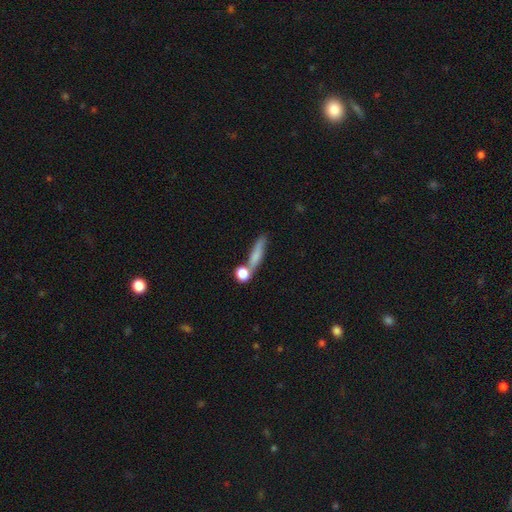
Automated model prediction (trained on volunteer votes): This appears to be a smooth galaxy with no disk features (69%) that is cigar-shaped (67%). Merging: none (58%).